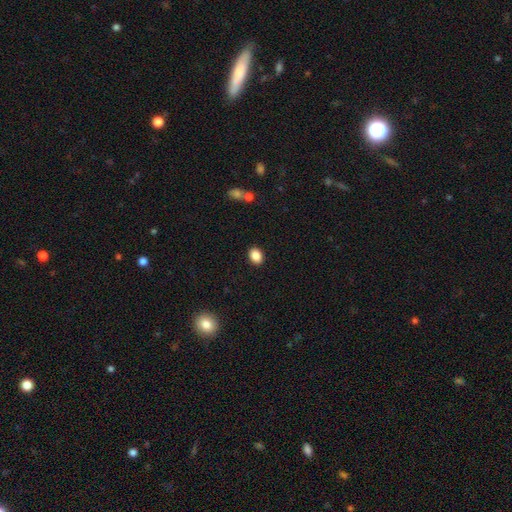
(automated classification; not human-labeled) Smooth or featured: smooth — 88% (star or artifact — 9%)
How rounded: in between — 70% (round — 29%)
Merging: none — 89% (minor disturbance — 7%)